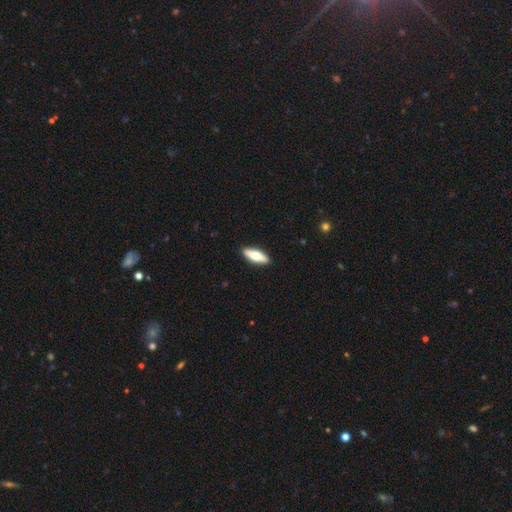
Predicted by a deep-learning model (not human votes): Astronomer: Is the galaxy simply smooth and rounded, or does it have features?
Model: smooth — 59% (runner-up: featured or disk, 36%).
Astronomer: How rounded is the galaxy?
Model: in between — 50% (runner-up: cigar-shaped, 48%).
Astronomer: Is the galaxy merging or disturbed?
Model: none — 90%.